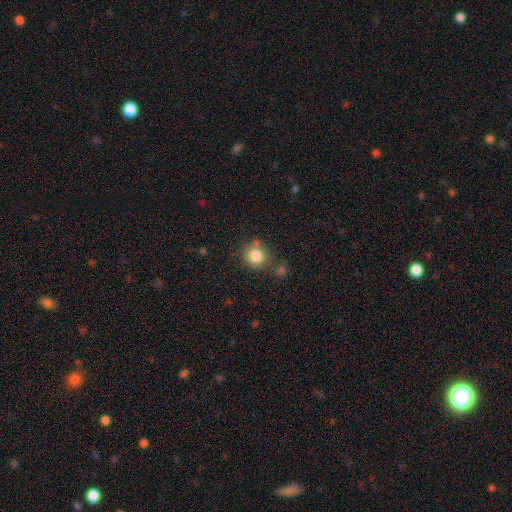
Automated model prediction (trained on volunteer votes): Smooth or featured? Predicted: smooth (p=0.84). How rounded? Predicted: round (p=0.83). Merging? Predicted: none (p=0.72).